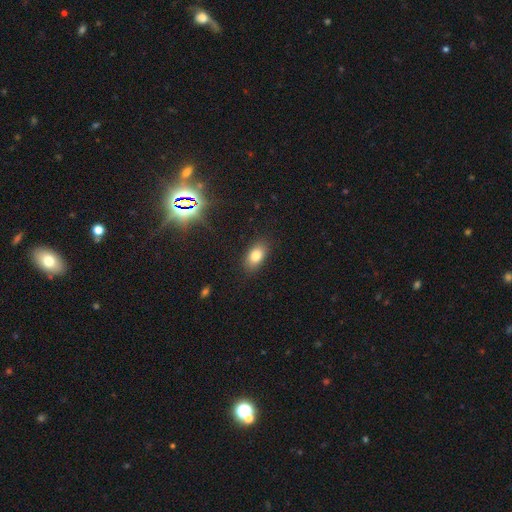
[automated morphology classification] Q: Smooth or featured?
A: smooth (79%); runner-up: star or artifact (10%)
Q: How rounded?
A: in between (88%); runner-up: round (9%)
Q: Merging?
A: none (86%); runner-up: minor disturbance (10%)